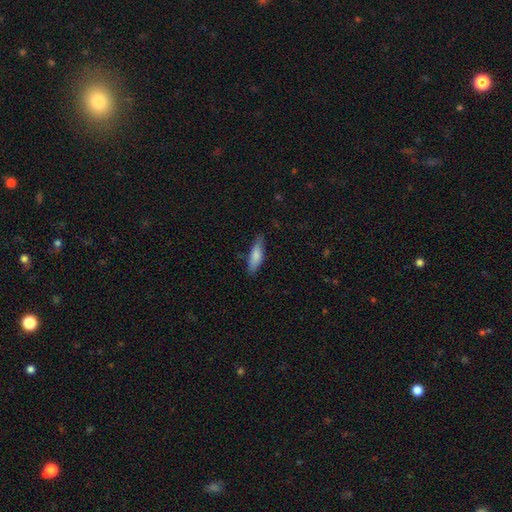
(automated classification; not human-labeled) Q: Smooth or featured?
A: smooth (79%); runner-up: featured or disk (15%)
Q: How rounded?
A: cigar-shaped (56%); runner-up: in between (42%)
Q: Merging?
A: none (74%); runner-up: minor disturbance (20%)